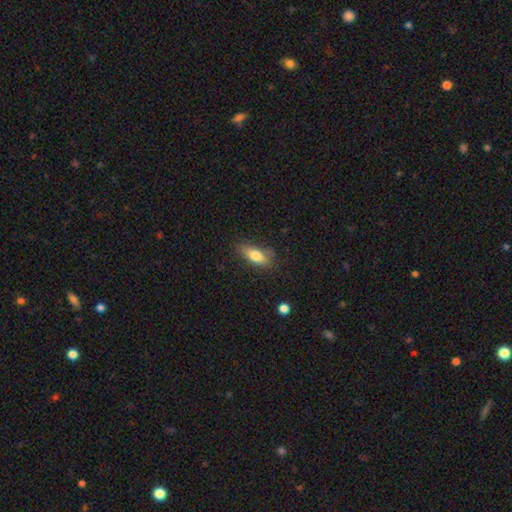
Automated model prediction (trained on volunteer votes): The model was most divided on "merging": none: 70%, minor disturbance: 22%, major disturbance: 6%, merger: 2%. More confident: smooth or featured — smooth (77%); how rounded — in between (74%).